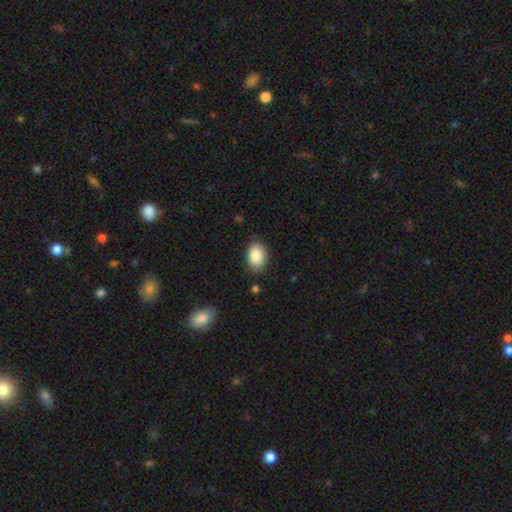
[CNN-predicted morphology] smooth-or-featured: smooth: 89% | star or artifact: 7% | featured or disk: 5%
  how-rounded: in between: 87% | round: 12% | cigar-shaped: 1%
  merging: none: 81% | minor disturbance: 15% | major disturbance: 3% | merger: 1%